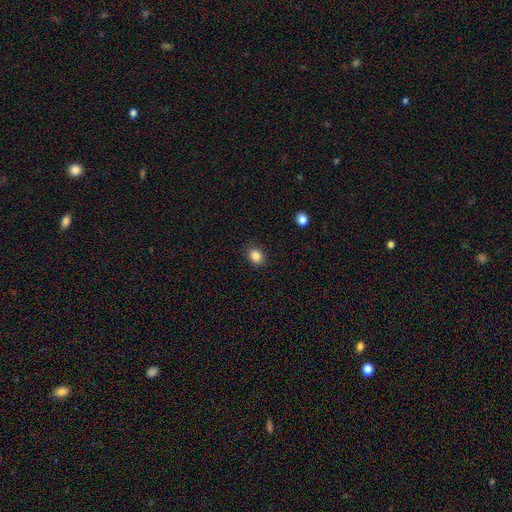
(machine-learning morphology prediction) smooth_or_featured: smooth (p=0.86) [alt: star or artifact p=0.10]
how_rounded: round (p=0.57) [alt: in between p=0.42]
merging: none (p=0.88) [alt: minor disturbance p=0.09]